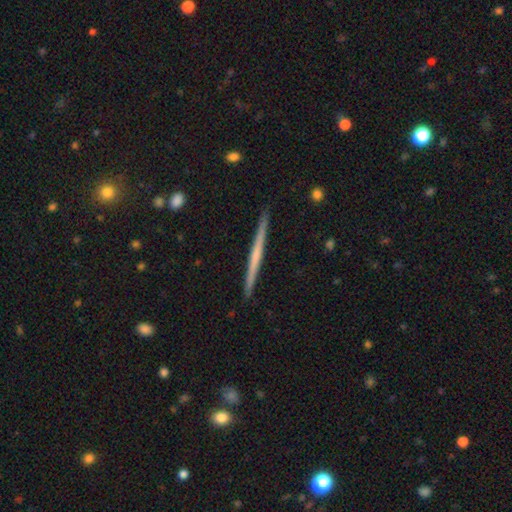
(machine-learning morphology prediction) type=featured or disk (59%); edge-on=yes (98%); edge-on bulge=none (79%); merging=none (92%).